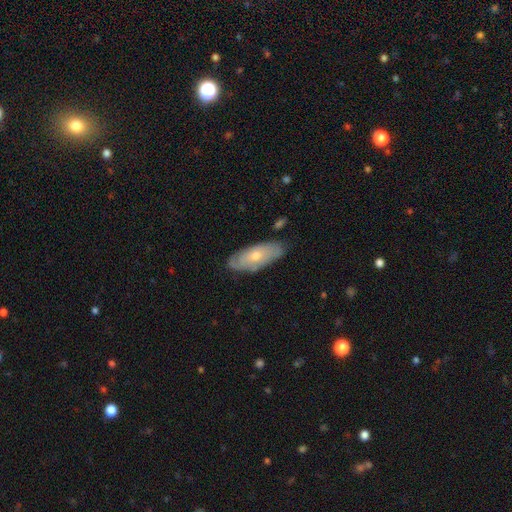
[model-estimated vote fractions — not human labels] Overall: featured or disk (48%; smooth 45%). Merging: none (77%).